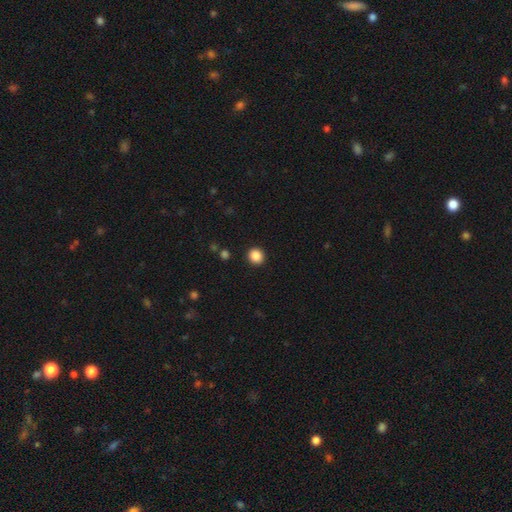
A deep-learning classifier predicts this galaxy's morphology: A smooth galaxy with no disk features (87%) that is round (87%). Merging: none (92%).